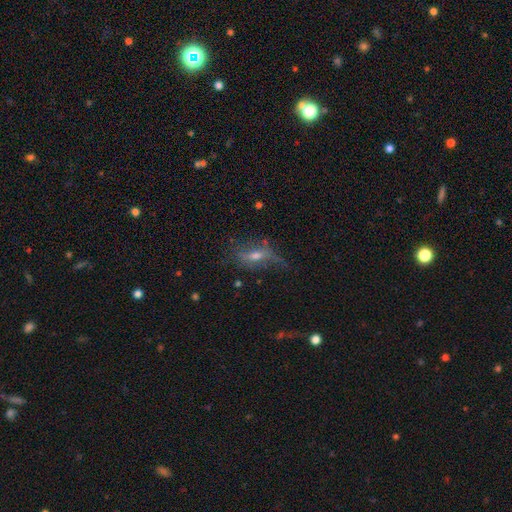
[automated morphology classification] smooth_or_featured: featured or disk (p=0.52) [alt: smooth p=0.31]
disk_edge_on: no (p=0.65) [alt: yes p=0.35]
merging: none (p=0.46) [alt: major disturbance p=0.26]